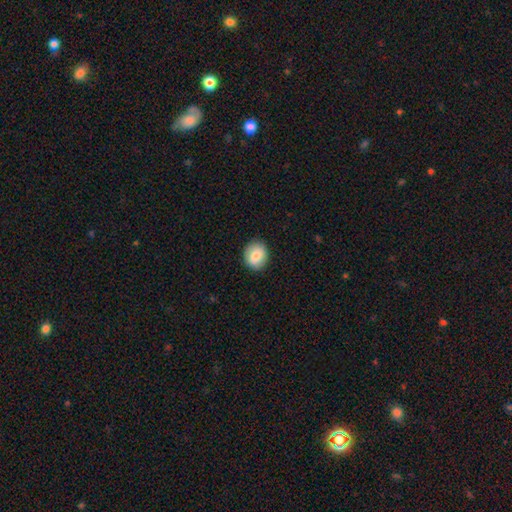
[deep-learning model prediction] This is clearly a smooth galaxy (83%). How rounded: likely round (67%). Merging: clearly none (88%).